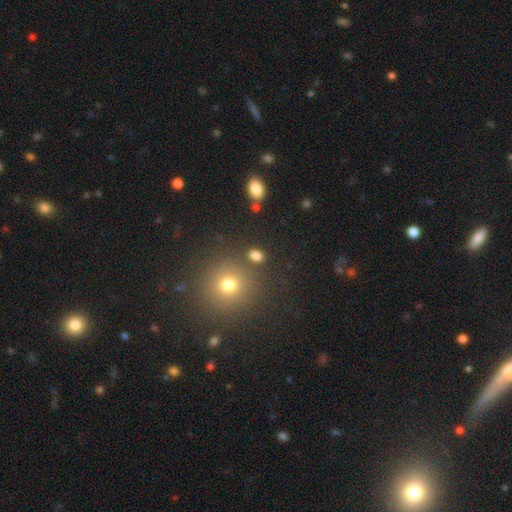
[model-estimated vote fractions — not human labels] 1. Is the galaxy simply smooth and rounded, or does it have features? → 78% smooth, 16% star or artifact, 6% featured or disk.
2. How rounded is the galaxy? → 61% in between, 37% round, 2% cigar-shaped.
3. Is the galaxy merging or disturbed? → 81% none, 9% minor disturbance, 6% merger, 4% major disturbance.